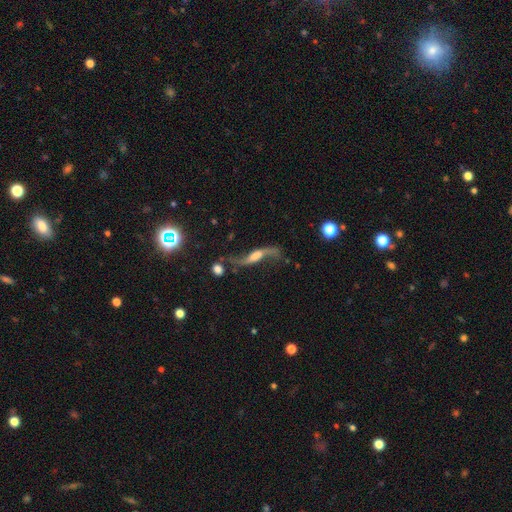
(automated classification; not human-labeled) Smooth or featured? Predicted: featured or disk (p=0.81). Edge-on disk? Predicted: no (p=0.79). Bar? Predicted: weak (p=0.38). Spiral arms? Predicted: yes (p=0.93). Spiral winding? Predicted: loose (p=0.94). Spiral arm count? Predicted: 2 (p=0.93). Bulge size? Predicted: moderate (p=0.30). Merging? Predicted: none (p=0.59).